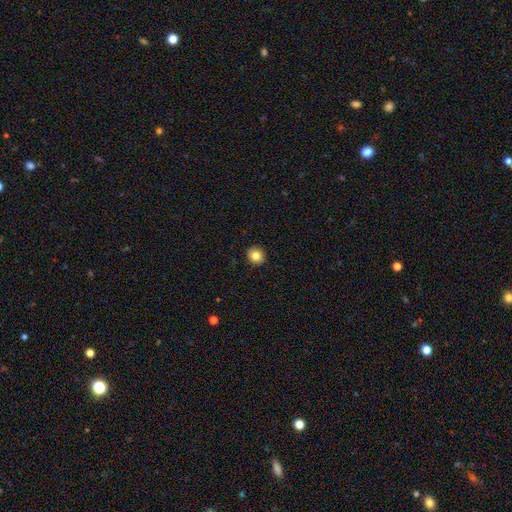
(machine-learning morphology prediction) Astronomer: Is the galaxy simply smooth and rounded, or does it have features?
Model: smooth — 82%.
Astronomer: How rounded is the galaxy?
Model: round — 82%.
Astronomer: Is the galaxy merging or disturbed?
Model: none — 91%.